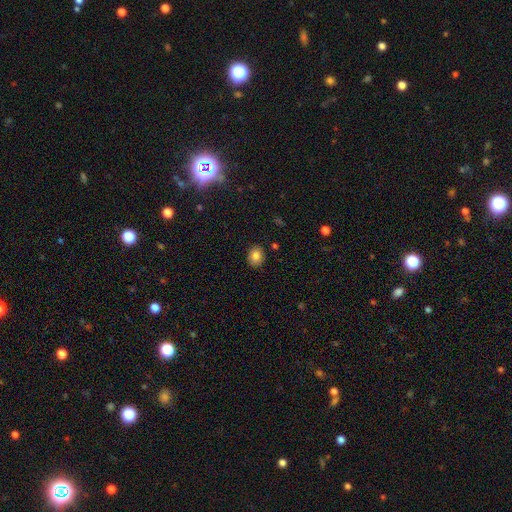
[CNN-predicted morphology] This appears to be a smooth galaxy with no disk features (82%) that is round (58%). Merging: none (88%).